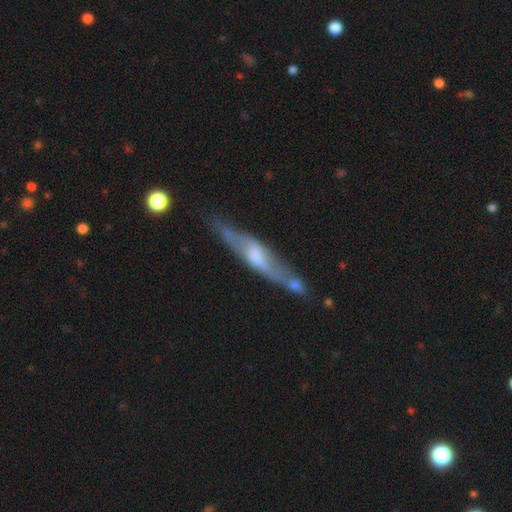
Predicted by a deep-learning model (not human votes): This is likely a featured or disk galaxy (69%). It is likely viewed edge-on (71%). Merging: likely none (66%).